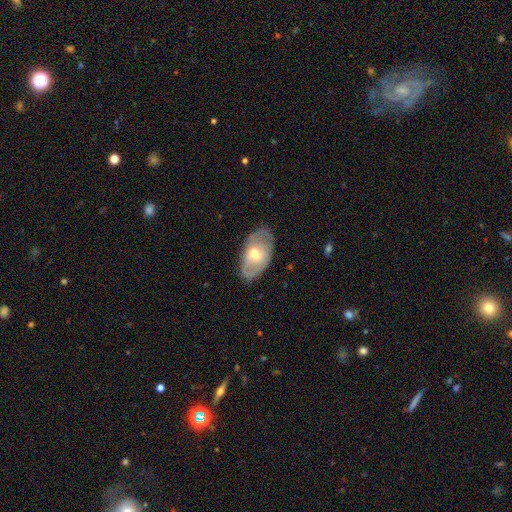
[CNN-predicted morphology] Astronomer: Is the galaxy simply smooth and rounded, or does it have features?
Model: featured or disk — 56% (runner-up: smooth, 37%).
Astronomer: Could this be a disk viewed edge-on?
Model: no — 87%.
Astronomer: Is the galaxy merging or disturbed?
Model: none — 77%.